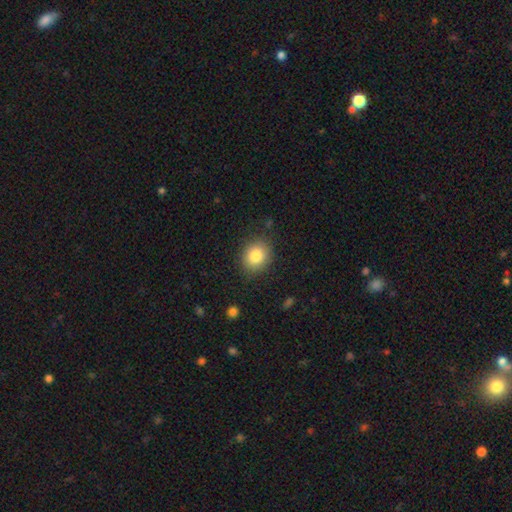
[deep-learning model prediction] A smooth galaxy with no disk features (83%) that is round (68%).

Vote fractions:
- Smooth or featured? smooth: 83% / star or artifact: 9% / featured or disk: 7%
- How rounded? round: 68% / in between: 31% / cigar-shaped: 1%
- Merging? none: 85% / minor disturbance: 10% / major disturbance: 3% / merger: 1%